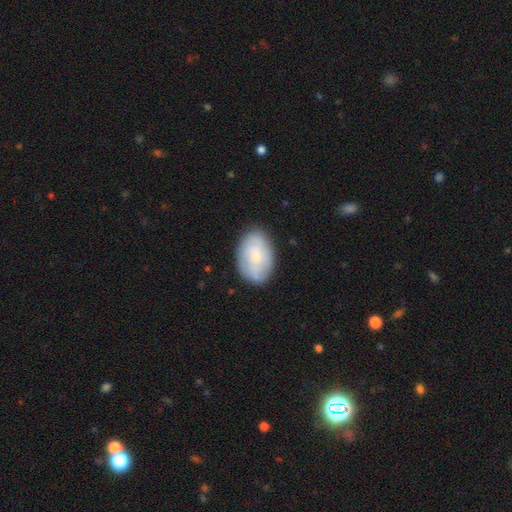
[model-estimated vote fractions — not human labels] A smooth galaxy with no disk features (59%) that is in between round and cigar-shaped (84%).

Vote fractions:
- Smooth or featured? smooth: 59% / featured or disk: 34% / star or artifact: 7%
- How rounded? in between: 84% / round: 14% / cigar-shaped: 1%
- Merging? none: 80% / minor disturbance: 15% / major disturbance: 4% / merger: 1%